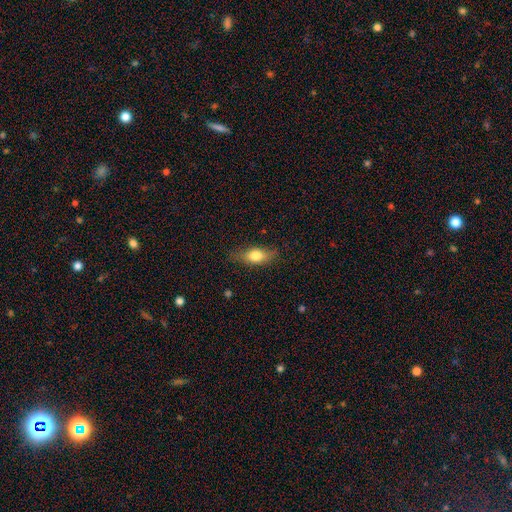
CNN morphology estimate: A smooth galaxy with no disk features (71%) that is in between round and cigar-shaped (73%). Merging: none (76%).